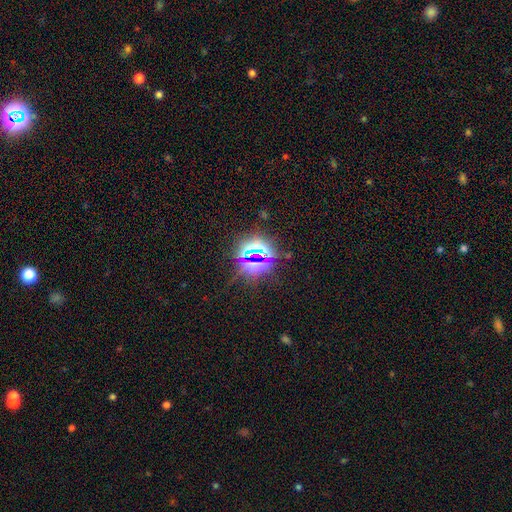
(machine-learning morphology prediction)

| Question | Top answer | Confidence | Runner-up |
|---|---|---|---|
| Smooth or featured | star or artifact | 79% | smooth (12%) |